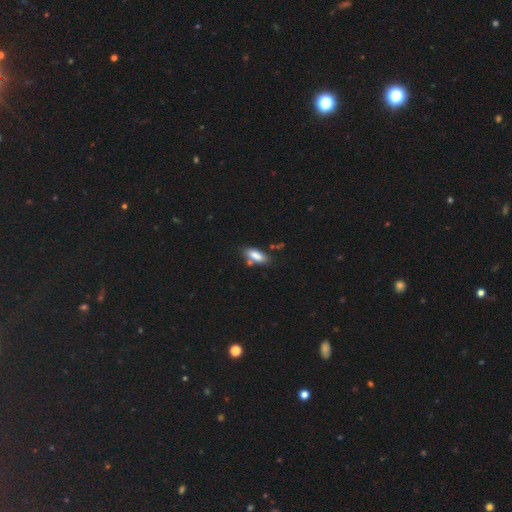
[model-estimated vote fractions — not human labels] Smooth or featured? smooth (81%)
How rounded? in between (74%)
Merging? none (64%)